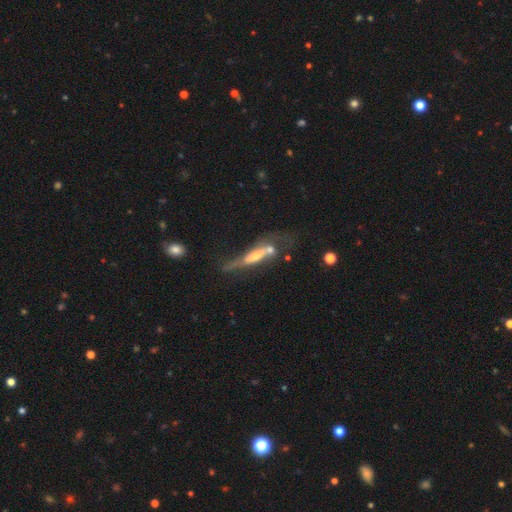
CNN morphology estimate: Overall: featured or disk (66%). Edge-on disk: yes (76%). Merging: none (33%; merger 24%).